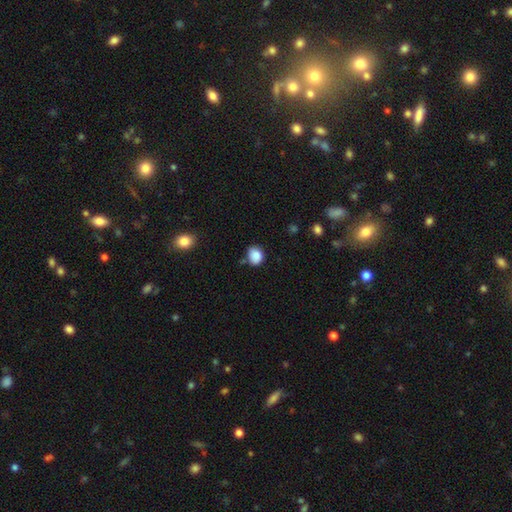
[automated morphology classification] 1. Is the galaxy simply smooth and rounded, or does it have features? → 87% smooth, 9% star or artifact, 4% featured or disk.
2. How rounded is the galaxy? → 55% round, 44% in between, 1% cigar-shaped.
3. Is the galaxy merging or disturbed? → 67% none, 23% minor disturbance, 6% merger, 5% major disturbance.